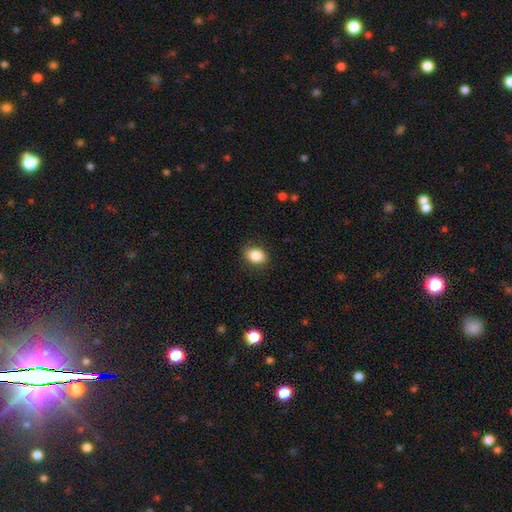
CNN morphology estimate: The model was most divided on "how rounded": in between: 70%, round: 29%, cigar-shaped: 1%. More confident: merging — none (87%); smooth or featured — smooth (86%).